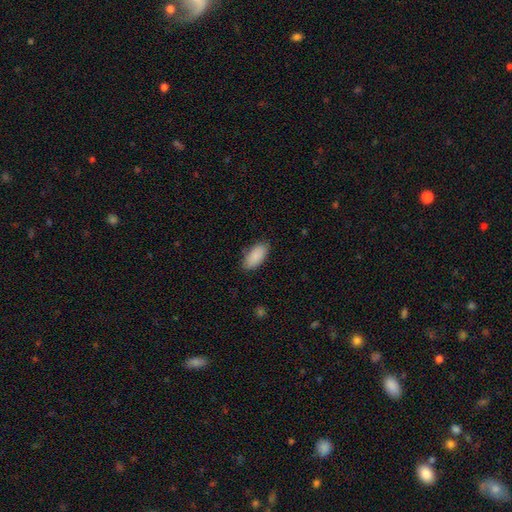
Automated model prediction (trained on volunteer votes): This appears to be a smooth galaxy with no disk features (89%) that is in between round and cigar-shaped (92%). Merging: none (83%).